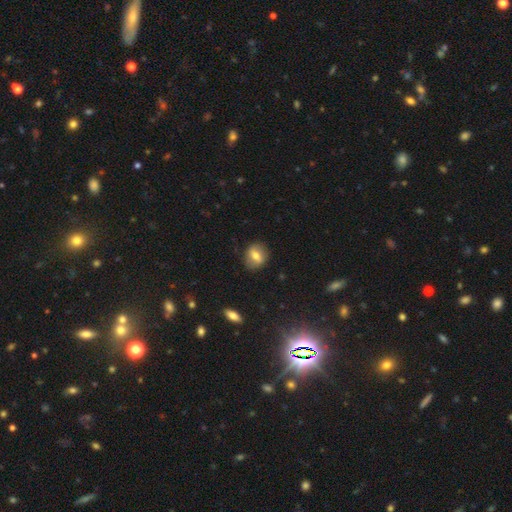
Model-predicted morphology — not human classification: This appears to be a smooth galaxy with no disk features (61%) that is round (56%). Merging: none (83%).